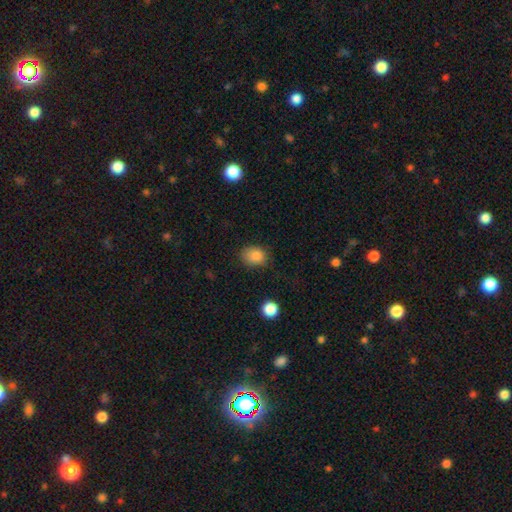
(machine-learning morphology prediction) Overall: smooth (85%). How rounded: in between (56%; round 43%). Merging: none (71%).